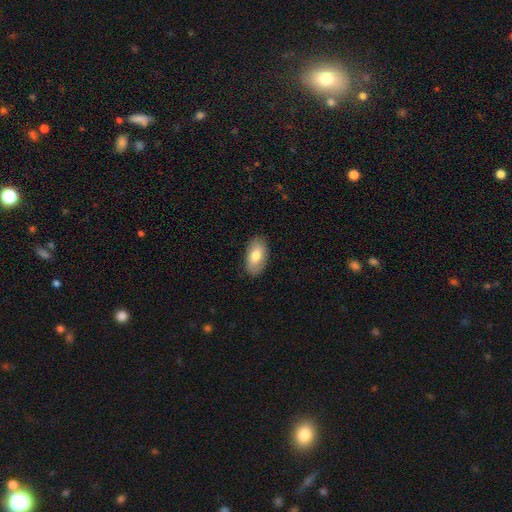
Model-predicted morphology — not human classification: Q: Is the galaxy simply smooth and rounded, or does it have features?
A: smooth — 73%.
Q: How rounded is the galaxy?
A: in between — 94%.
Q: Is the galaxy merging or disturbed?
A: none — 85%.